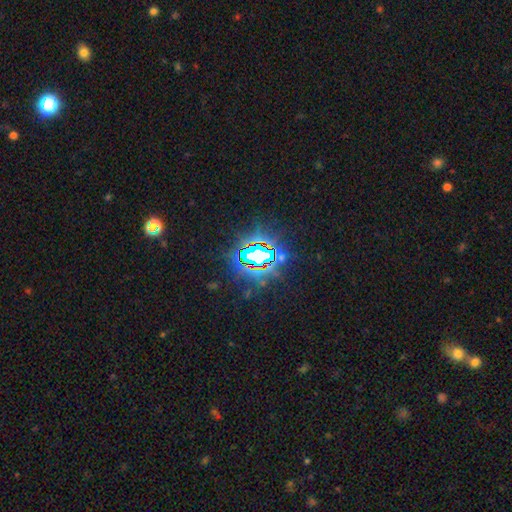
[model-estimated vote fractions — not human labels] This is likely a star or artifact rather than a galaxy (79%).